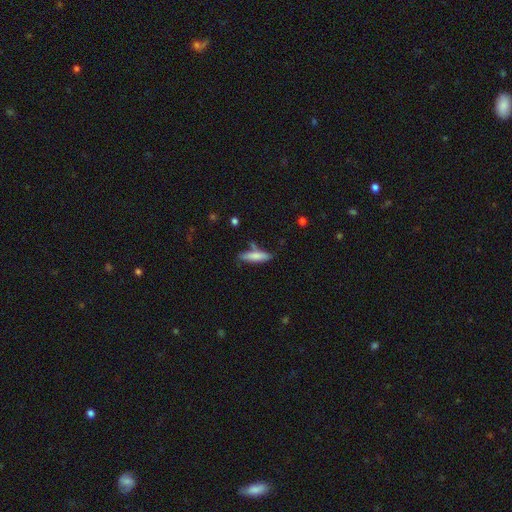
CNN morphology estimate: This appears to be a smooth galaxy with no disk features (78%) that is cigar-shaped (70%). Merging: none (74%).